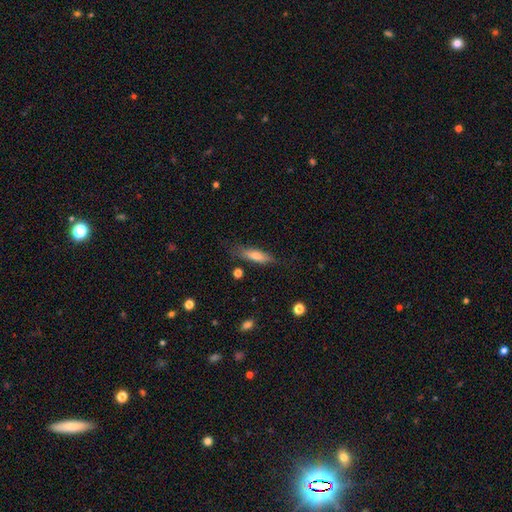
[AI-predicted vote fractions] The model was most divided on "smooth or featured": smooth: 64%, featured or disk: 29%, star or artifact: 7%. More confident: merging — none (76%); how rounded — cigar-shaped (68%).